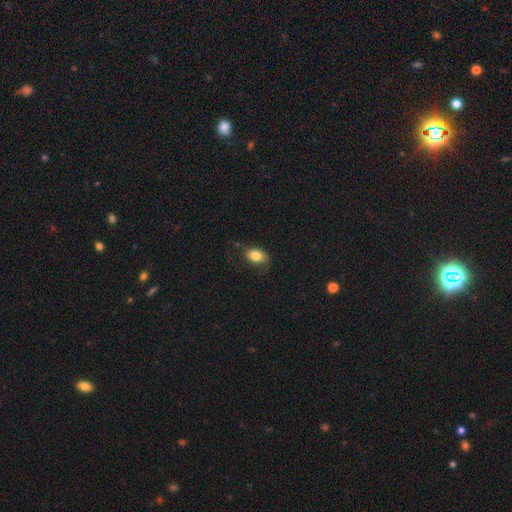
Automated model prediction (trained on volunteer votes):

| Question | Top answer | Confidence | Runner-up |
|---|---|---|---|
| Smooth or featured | smooth | 80% | featured or disk (12%) |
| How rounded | in between | 81% | round (17%) |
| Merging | none | 57% | minor disturbance (27%) |